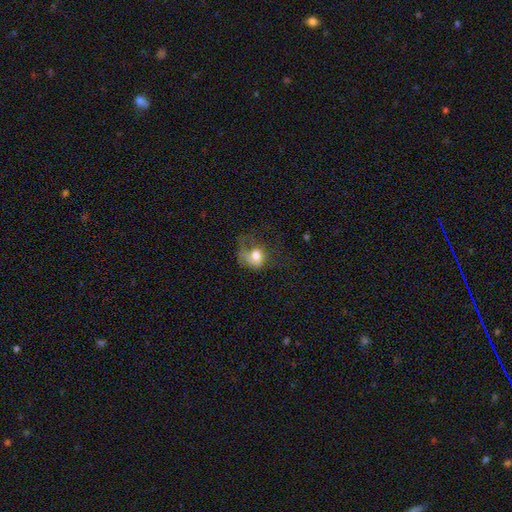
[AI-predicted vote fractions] Smooth or featured? Predicted: smooth (p=0.67). How rounded? Predicted: round (p=0.51). Merging? Predicted: major disturbance (p=0.53).